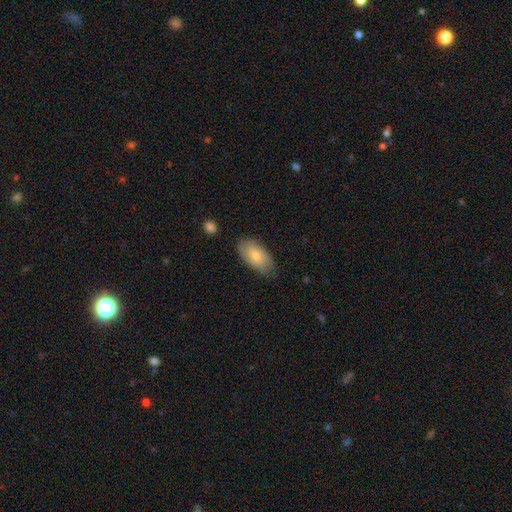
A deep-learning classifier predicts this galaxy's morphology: This is likely a smooth galaxy (71%). How rounded: clearly in between (94%). Merging: likely none (75%).